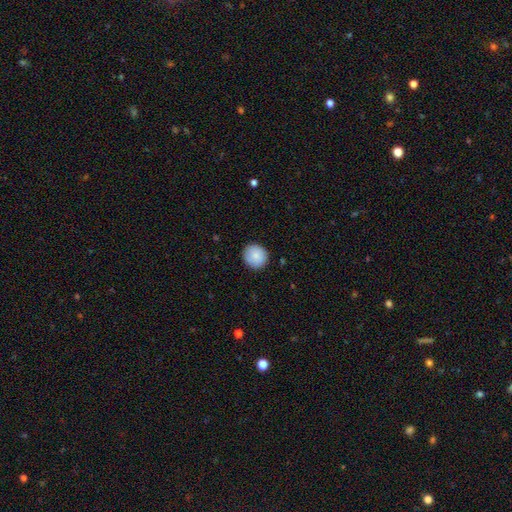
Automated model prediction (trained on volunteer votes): This is clearly a smooth galaxy (86%). How rounded: clearly round (90%). Merging: clearly none (89%).